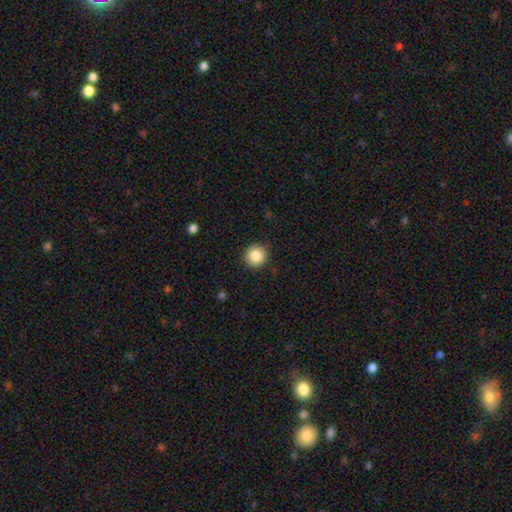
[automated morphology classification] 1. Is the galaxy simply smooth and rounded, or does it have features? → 86% smooth, 9% star or artifact, 6% featured or disk.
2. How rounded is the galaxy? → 95% round, 4% in between, 1% cigar-shaped.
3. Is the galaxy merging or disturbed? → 91% none, 6% minor disturbance, 2% major disturbance, 1% merger.